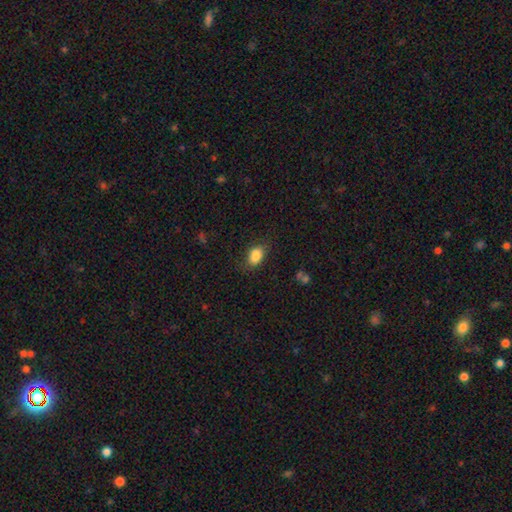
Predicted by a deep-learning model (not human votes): Morphology: type=smooth (86%); roundness=in between (86%); merging=none (75%).